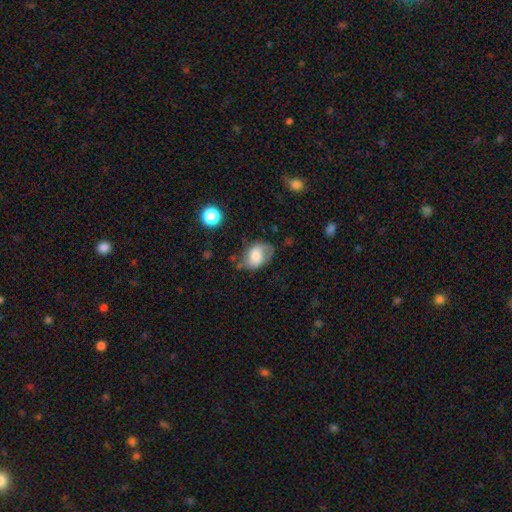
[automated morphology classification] smooth 59%, featured or disk 32%, star or artifact 9%. Down the decision tree: how rounded — in between (78%); merging — none (48%).